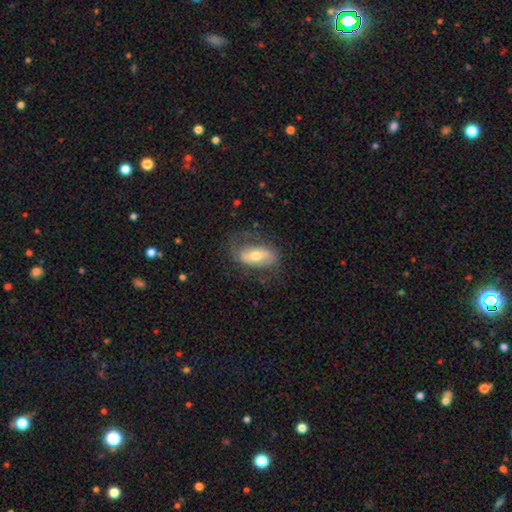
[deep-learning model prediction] A featured or disk galaxy (56%). Merging: none (65%).